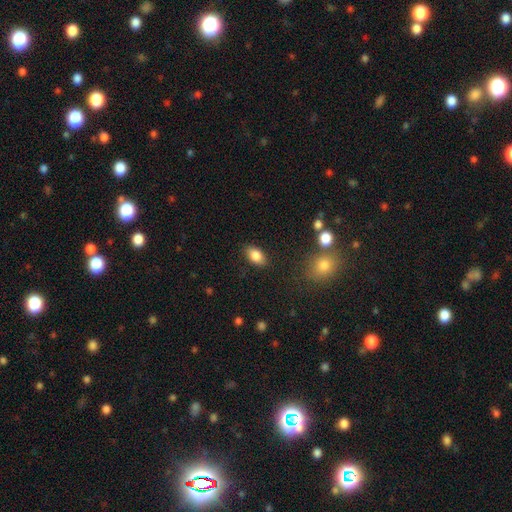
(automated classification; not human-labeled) Smooth or featured: smooth — 84% (star or artifact — 9%)
How rounded: in between — 89% (round — 9%)
Merging: none — 85% (minor disturbance — 10%)